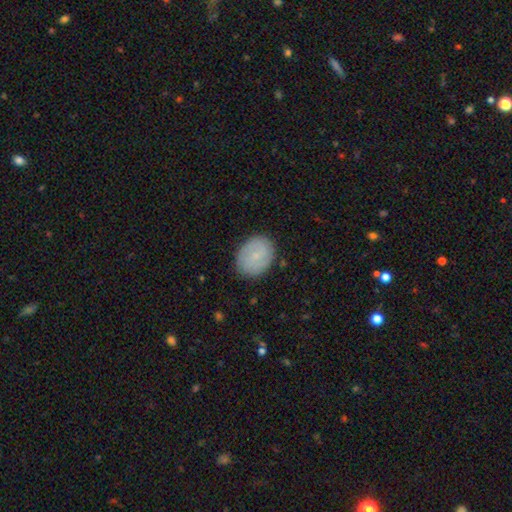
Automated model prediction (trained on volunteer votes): Morphology: type=smooth (63%); roundness=in between (58%); merging=none (85%).